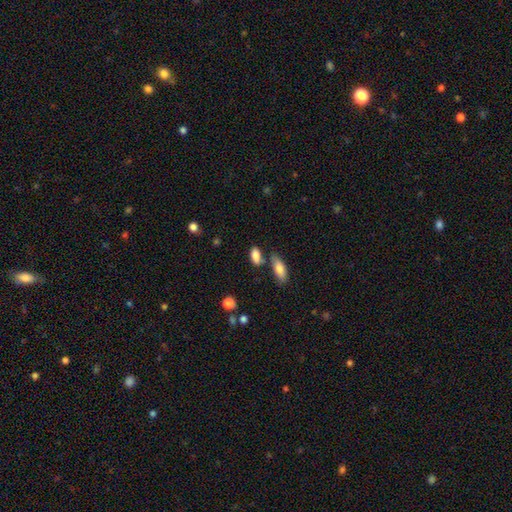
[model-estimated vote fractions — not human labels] Smooth or featured? smooth (84%)
How rounded? in between (84%)
Merging? none (59%)